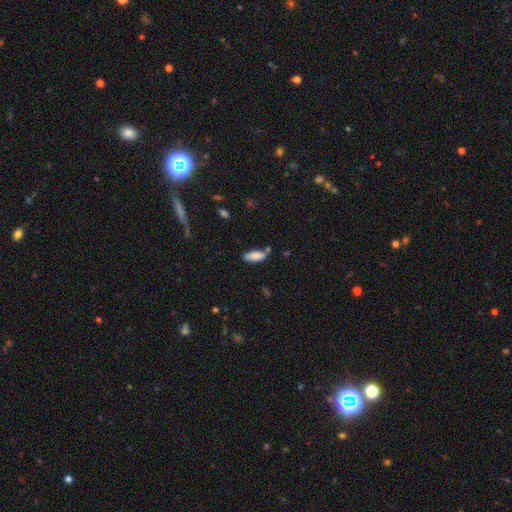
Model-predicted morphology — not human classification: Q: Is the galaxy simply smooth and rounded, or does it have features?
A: smooth — 87%.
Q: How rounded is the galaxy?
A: in between — 77%.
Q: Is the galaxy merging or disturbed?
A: none — 72%.